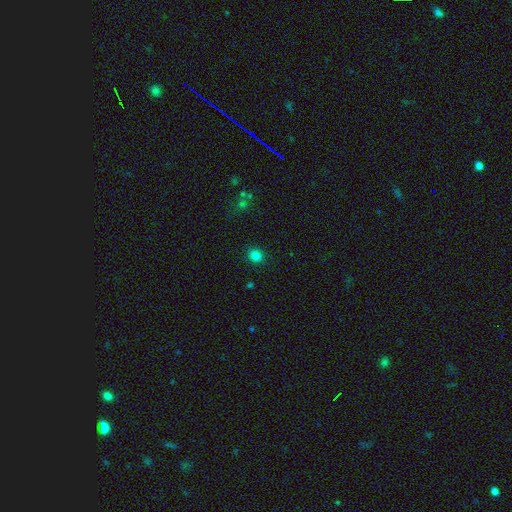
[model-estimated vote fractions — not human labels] smooth_or_featured: smooth (p=0.82) [alt: star or artifact p=0.14]
how_rounded: round (p=0.88) [alt: in between p=0.11]
merging: none (p=0.91) [alt: minor disturbance p=0.06]